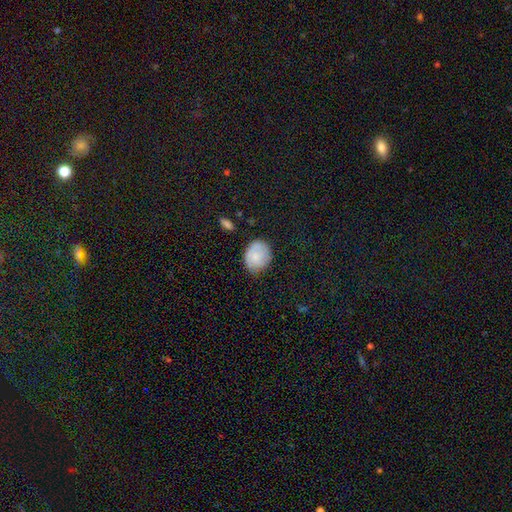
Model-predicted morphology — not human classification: The model was most divided on "how rounded": round: 54%, in between: 45%, cigar-shaped: 1%. More confident: smooth or featured — smooth (75%); merging — none (68%).